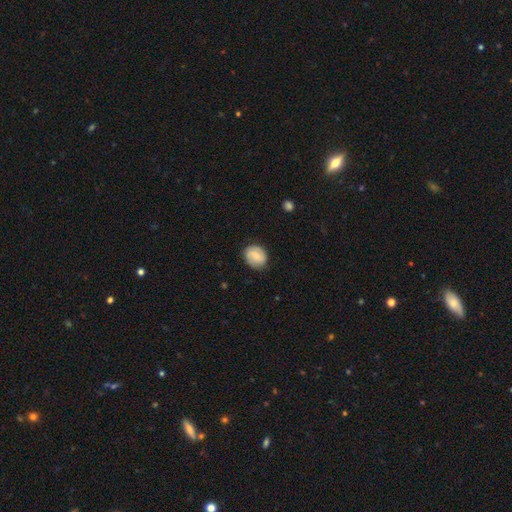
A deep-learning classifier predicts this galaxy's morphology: This is likely a smooth galaxy (71%). How rounded: possibly round (59%). Merging: clearly none (81%).